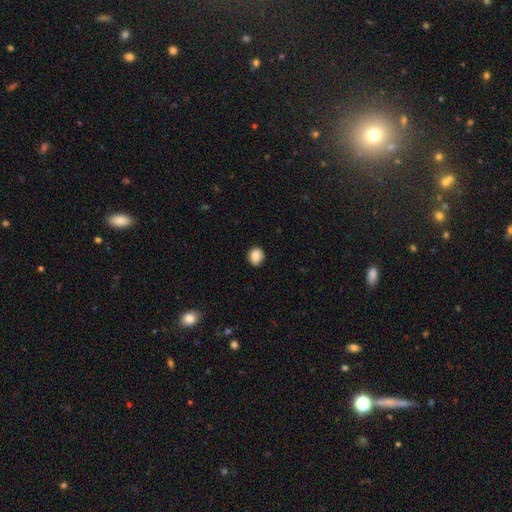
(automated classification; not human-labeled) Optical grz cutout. It shows a smooth galaxy with no disk features (86%) that is round (74%). Merging: none (86%).